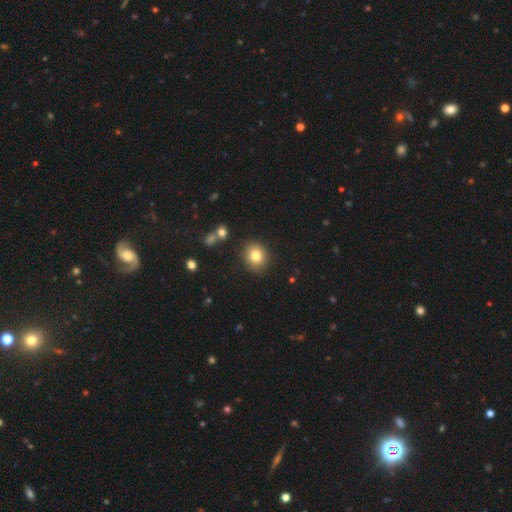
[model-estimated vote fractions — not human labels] This is likely a smooth galaxy (79%). How rounded: likely round (77%). Merging: clearly none (88%).